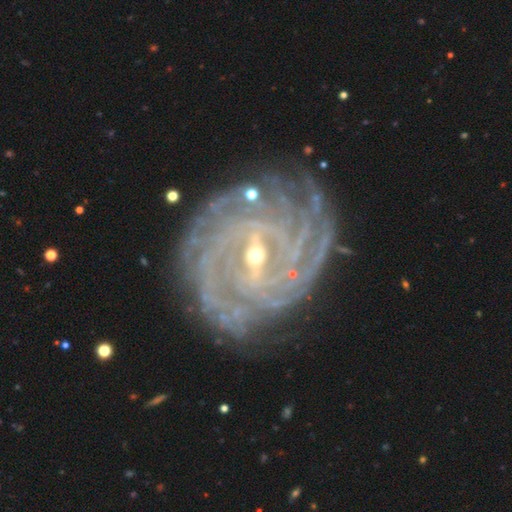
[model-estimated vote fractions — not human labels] Smooth or featured? featured or disk (91%)
Edge-on disk? no (96%)
Bar? strong (46%)
Spiral arms? yes (97%)
Spiral winding? tight (80%)
Spiral arm count? 4 (24%)
Bulge size? small (67%)
Merging? none (76%)